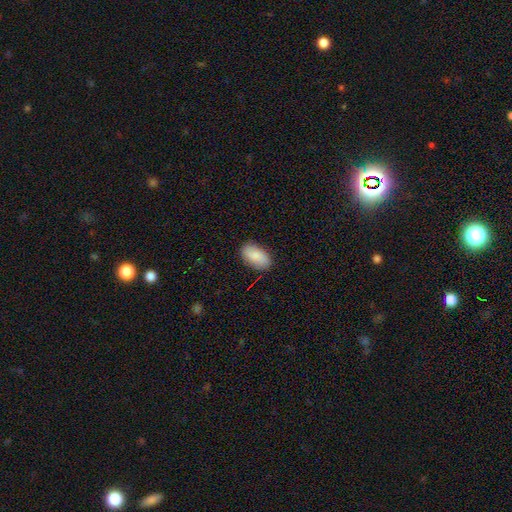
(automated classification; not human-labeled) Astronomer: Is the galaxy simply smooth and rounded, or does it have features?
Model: smooth — 88%.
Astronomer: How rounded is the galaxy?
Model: in between — 94%.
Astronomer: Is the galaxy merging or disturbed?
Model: none — 84%.